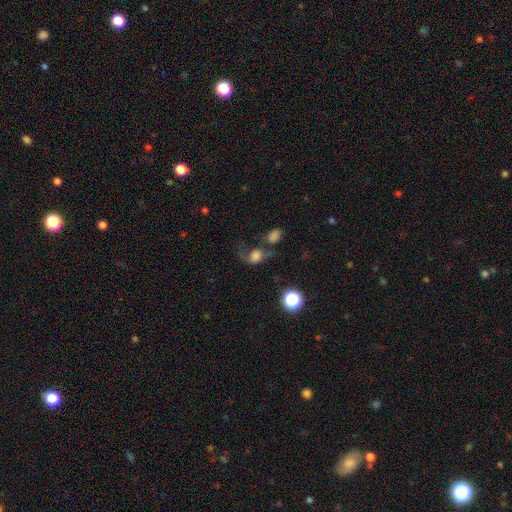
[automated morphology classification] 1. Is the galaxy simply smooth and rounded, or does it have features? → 54% smooth, 31% featured or disk, 15% star or artifact.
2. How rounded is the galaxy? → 59% round, 40% in between, 2% cigar-shaped.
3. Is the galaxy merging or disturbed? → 37% major disturbance, 25% merger, 23% none, 15% minor disturbance.